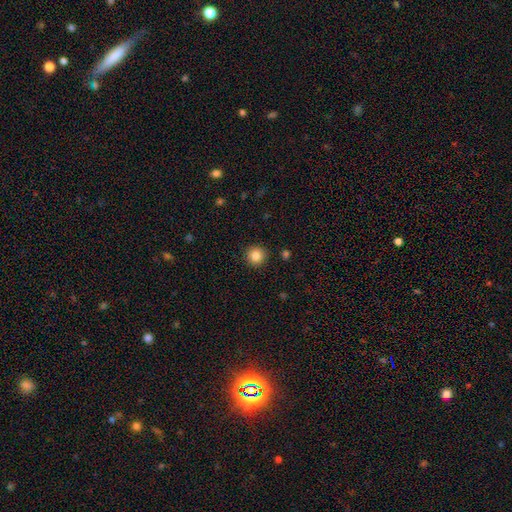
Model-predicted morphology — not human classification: Smooth or featured? smooth (84%)
How rounded? round (95%)
Merging? none (92%)